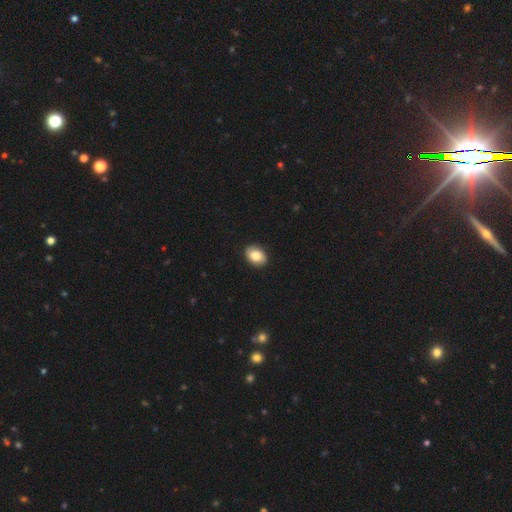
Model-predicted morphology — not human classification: This appears to be a smooth galaxy with no disk features (83%) that is in between round and cigar-shaped (72%). Merging: none (91%).